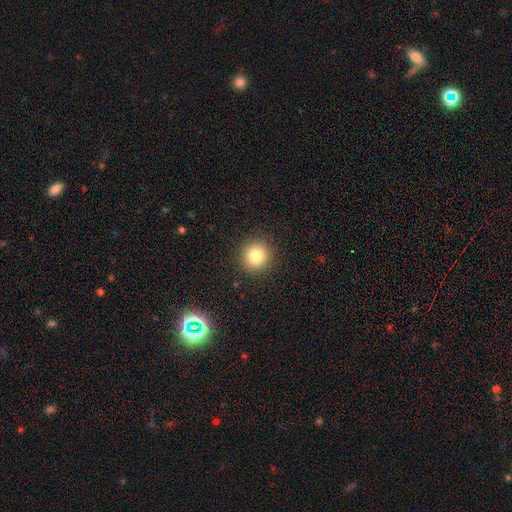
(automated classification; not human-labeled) Q: Smooth or featured?
A: smooth (82%); runner-up: star or artifact (11%)
Q: How rounded?
A: round (92%); runner-up: in between (7%)
Q: Merging?
A: none (91%); runner-up: minor disturbance (6%)